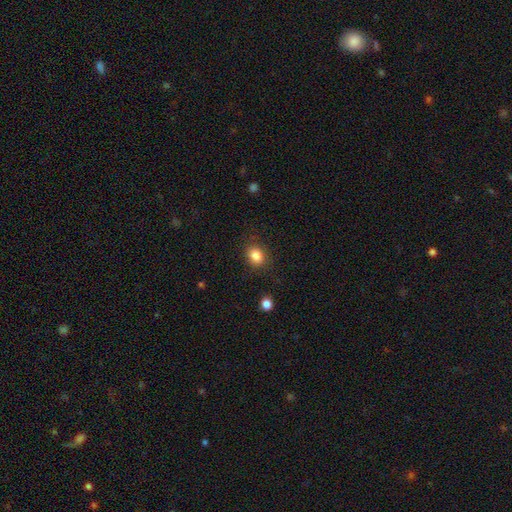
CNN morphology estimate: Smooth or featured?
  - smooth: 85% *
  - star or artifact: 10%
  - featured or disk: 4%
How rounded?
  - round: 53% *
  - in between: 46%
  - cigar-shaped: 1%
Merging?
  - none: 84% *
  - minor disturbance: 11%
  - major disturbance: 3%
  - merger: 2%